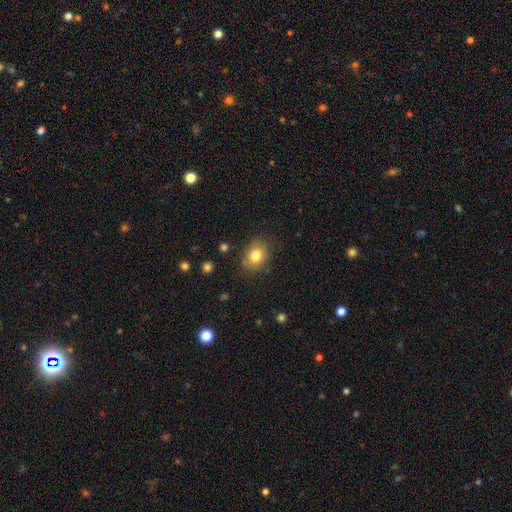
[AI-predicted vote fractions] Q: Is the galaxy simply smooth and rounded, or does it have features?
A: smooth — 81%.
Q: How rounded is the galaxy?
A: in between — 52%.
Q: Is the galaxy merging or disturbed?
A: none — 81%.